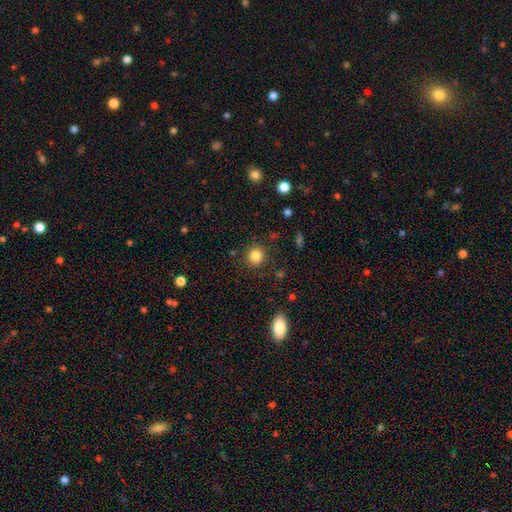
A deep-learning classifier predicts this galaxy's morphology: Q: Smooth or featured?
A: smooth (84%); runner-up: star or artifact (11%)
Q: How rounded?
A: round (90%); runner-up: in between (9%)
Q: Merging?
A: none (88%); runner-up: minor disturbance (8%)